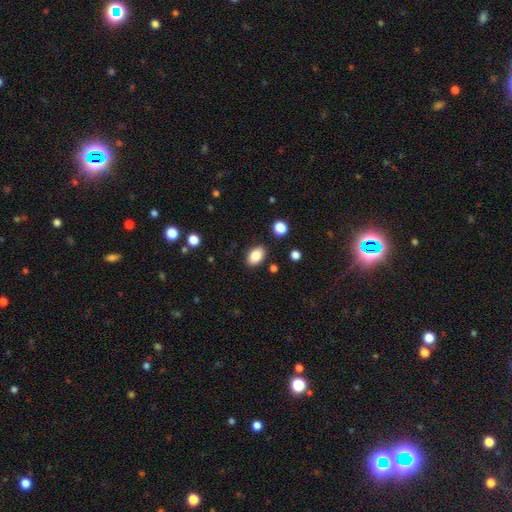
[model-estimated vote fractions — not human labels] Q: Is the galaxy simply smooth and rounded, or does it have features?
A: smooth — 86%.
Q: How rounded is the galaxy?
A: in between — 87%.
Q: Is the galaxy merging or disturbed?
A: none — 86%.